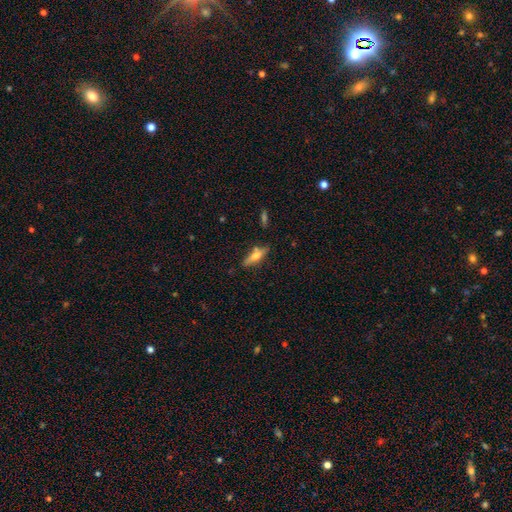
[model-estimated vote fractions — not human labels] Smooth or featured? smooth (50%)
Merging? none (74%)